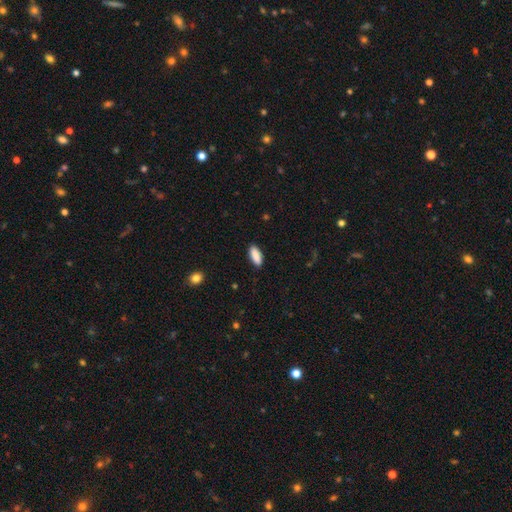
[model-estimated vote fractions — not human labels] Smooth or featured? Predicted: smooth (p=0.89). How rounded? Predicted: in between (p=0.77). Merging? Predicted: none (p=0.89).